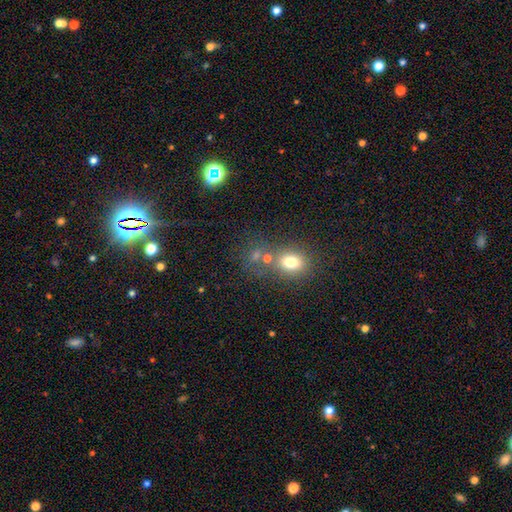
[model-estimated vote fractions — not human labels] smooth_or_featured: smooth (p=0.59) [alt: star or artifact p=0.30]
how_rounded: round (p=0.56) [alt: in between p=0.42]
merging: none (p=0.58) [alt: merger p=0.24]